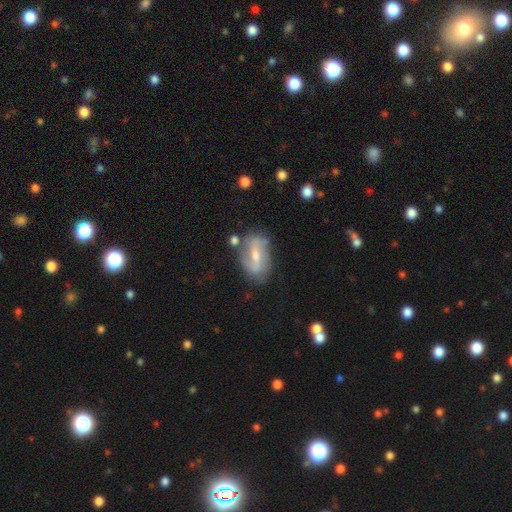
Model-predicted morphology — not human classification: smooth-or-featured: featured or disk: 72% | smooth: 21% | star or artifact: 7%
  disk-edge-on: no: 91% | yes: 9%
    bar: strong: 48% | weak: 35% | no: 17%
    has-spiral-arms: yes: 80% | no: 20%
      spiral-winding: loose: 47% | medium: 34% | tight: 19%
      spiral-arm-count: 2: 84% | can't tell: 10% | 1: 3% | 3: 2% | 4: 1% | more than 4: 1%
    bulge-size: moderate: 50% | small: 44% | large: 2% | none: 2% | dominant: 1%
  merging: none: 74% | minor disturbance: 17% | major disturbance: 5% | merger: 4%